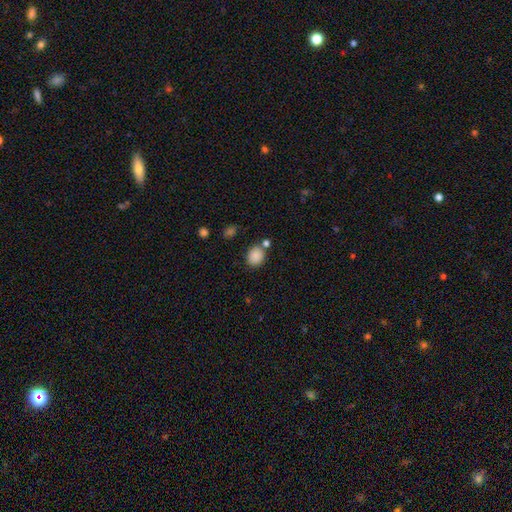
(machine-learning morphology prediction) This appears to be a smooth galaxy with no disk features (87%) that is round (60%). Merging: none (74%).